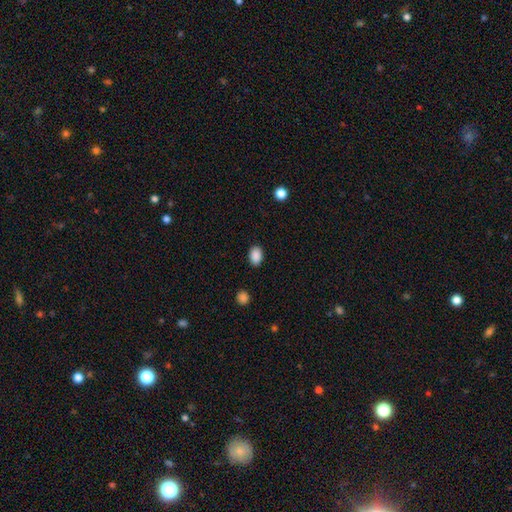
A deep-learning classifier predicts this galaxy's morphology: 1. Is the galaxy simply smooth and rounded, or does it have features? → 89% smooth, 8% star or artifact, 3% featured or disk.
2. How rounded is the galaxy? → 84% in between, 15% round, 1% cigar-shaped.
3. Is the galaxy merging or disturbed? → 87% none, 9% minor disturbance, 2% major disturbance, 1% merger.